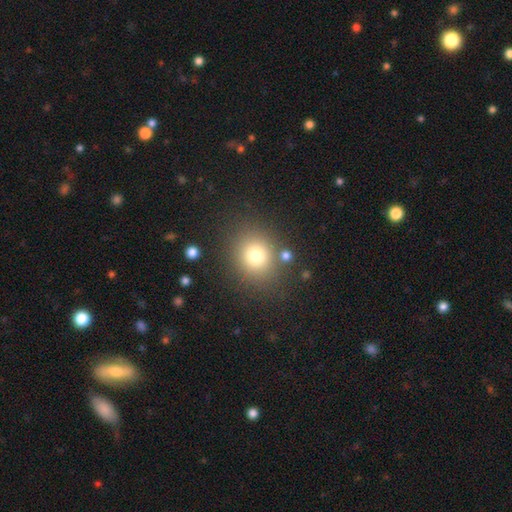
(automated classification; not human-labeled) A smooth galaxy with no disk features (77%) that is round (75%).

Vote fractions:
- Smooth or featured? smooth: 77% / star or artifact: 14% / featured or disk: 9%
- How rounded? round: 75% / in between: 24% / cigar-shaped: 1%
- Merging? none: 81% / minor disturbance: 10% / merger: 5% / major disturbance: 4%